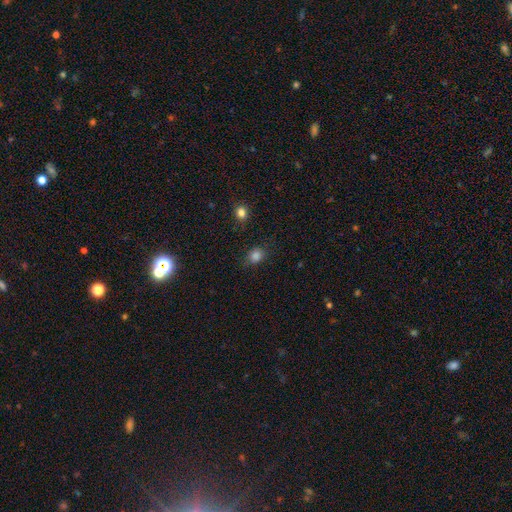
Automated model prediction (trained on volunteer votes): Overall: smooth (83%). How rounded: round (61%; in between 38%). Merging: none (77%).